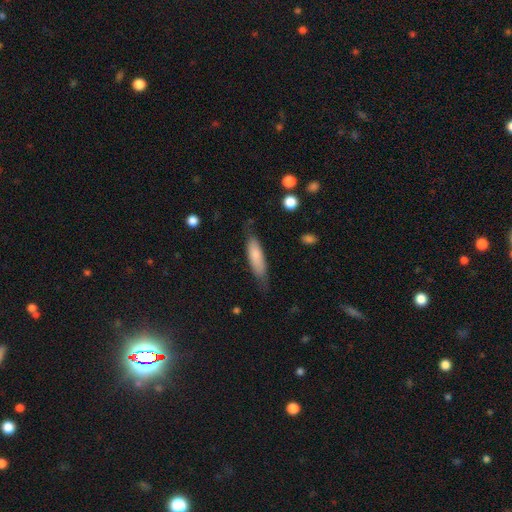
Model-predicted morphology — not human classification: Smooth or featured? smooth (75%)
How rounded? cigar-shaped (56%)
Merging? none (66%)